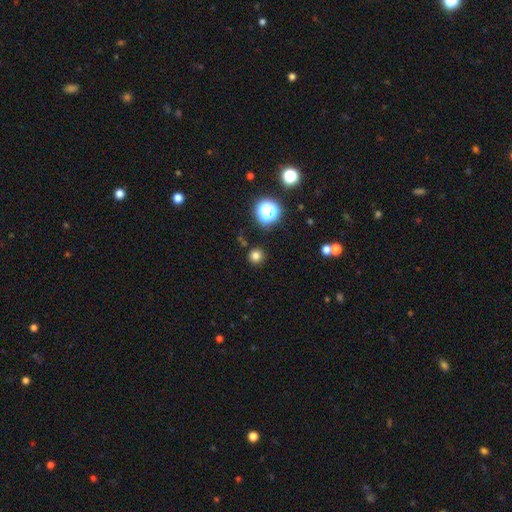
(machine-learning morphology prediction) smooth 77%, star or artifact 18%, featured or disk 5%. Down the decision tree: how rounded — round (94%); merging — none (89%).